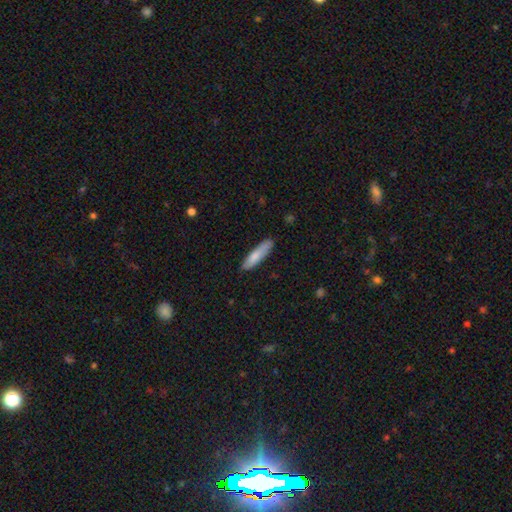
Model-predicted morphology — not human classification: smooth-or-featured: smooth: 80% | featured or disk: 15% | star or artifact: 5%
  how-rounded: cigar-shaped: 77% | in between: 22% | round: 1%
  merging: none: 83% | minor disturbance: 14% | major disturbance: 2% | merger: 1%